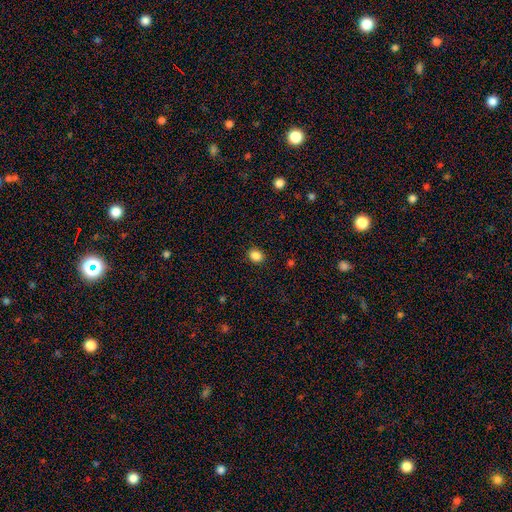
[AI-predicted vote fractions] A smooth galaxy with no disk features (87%) that is round (57%). Merging: none (90%).